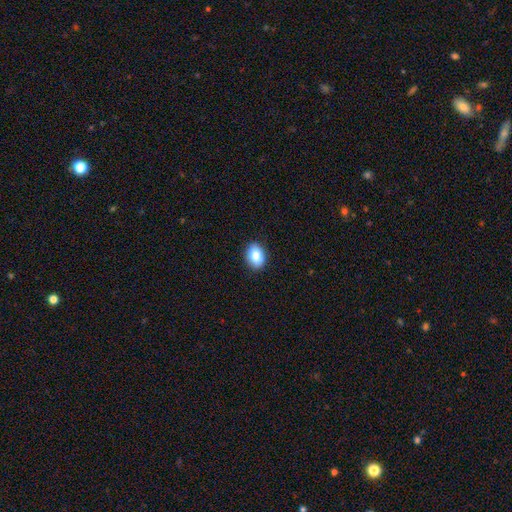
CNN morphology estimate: This is clearly a smooth galaxy (84%). How rounded: likely in between (72%). Merging: clearly none (90%).